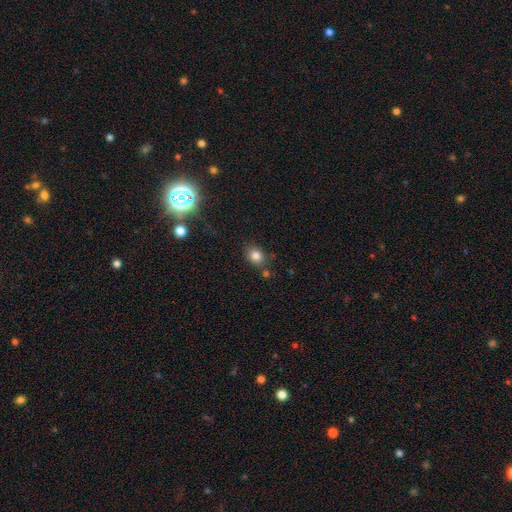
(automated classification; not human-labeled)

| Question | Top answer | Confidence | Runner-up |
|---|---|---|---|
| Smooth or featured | smooth | 82% | star or artifact (12%) |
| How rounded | round | 59% | in between (39%) |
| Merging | none | 73% | minor disturbance (16%) |